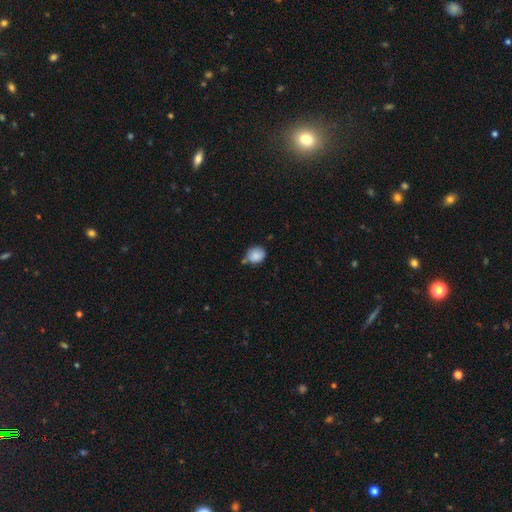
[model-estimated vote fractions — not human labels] Smooth or featured? Predicted: smooth (p=0.86). How rounded? Predicted: round (p=0.69). Merging? Predicted: none (p=0.62).